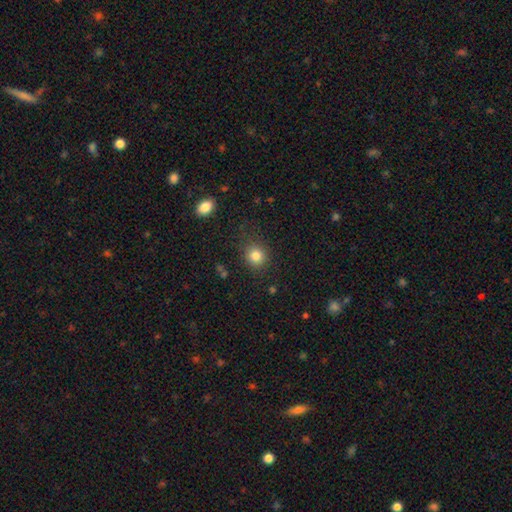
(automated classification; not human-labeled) Smooth or featured: smooth — 83% (star or artifact — 11%)
How rounded: round — 83% (in between — 16%)
Merging: none — 81% (minor disturbance — 12%)